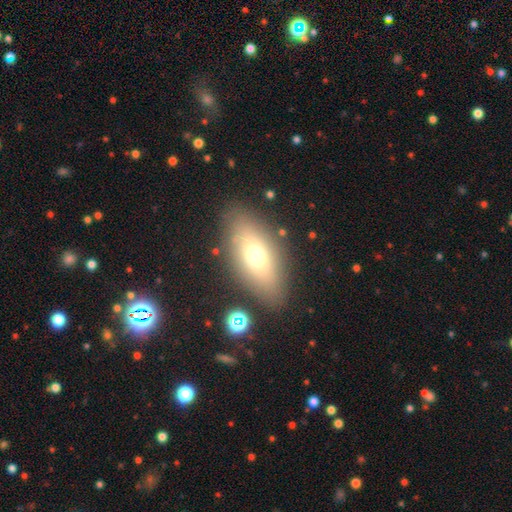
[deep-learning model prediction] smooth-or-featured: smooth: 67% | featured or disk: 22% | star or artifact: 11%
  how-rounded: in between: 83% | cigar-shaped: 12% | round: 6%
  merging: none: 82% | minor disturbance: 11% | major disturbance: 4% | merger: 3%